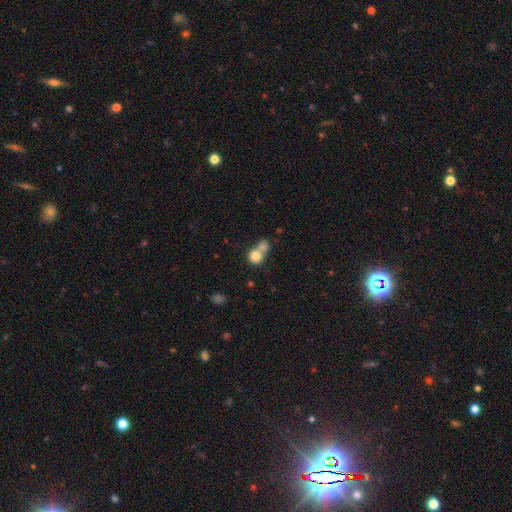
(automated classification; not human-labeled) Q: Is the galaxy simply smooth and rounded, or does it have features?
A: smooth — 78%.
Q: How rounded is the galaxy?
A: round — 80%.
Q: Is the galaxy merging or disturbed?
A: merger — 60%.